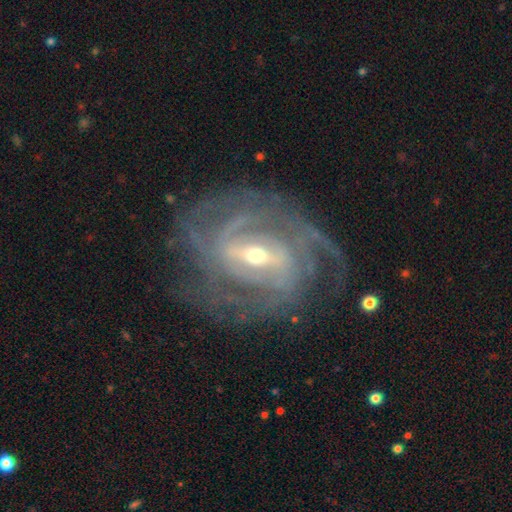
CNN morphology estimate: This is clearly a featured or disk galaxy (90%). It is clearly not viewed edge-on (95%). Bar: likely strong (62%). Spiral arm pattern: clearly yes (95%). Spiral arm count: marginally 2 (29%). Spiral winding: possibly tight (55%). Central bulge: possibly small (51%). Merging: likely none (70%).